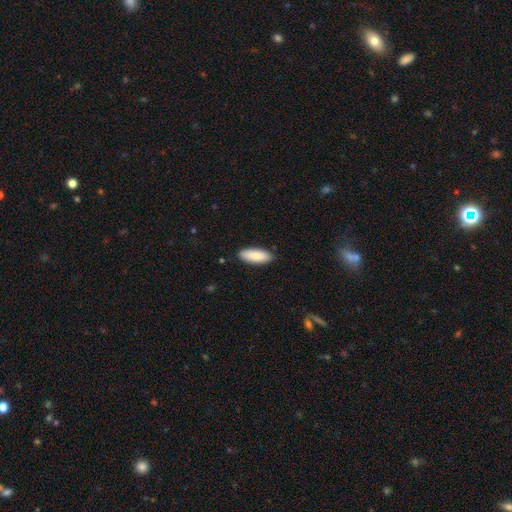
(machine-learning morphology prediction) A smooth galaxy with no disk features (85%) that is in between round and cigar-shaped (75%). Merging: none (87%).